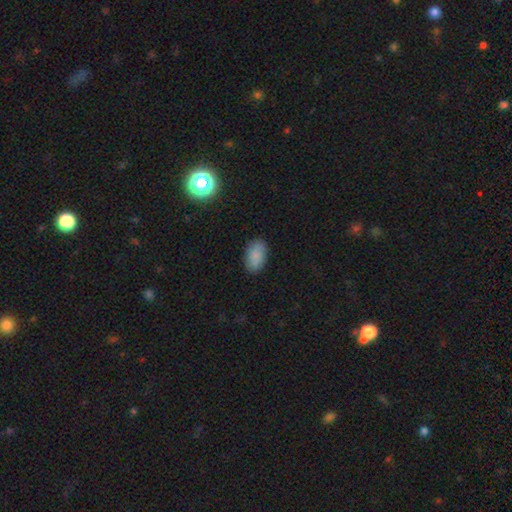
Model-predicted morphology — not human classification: A smooth galaxy with no disk features (86%) that is in between round and cigar-shaped (92%). Merging: none (86%).